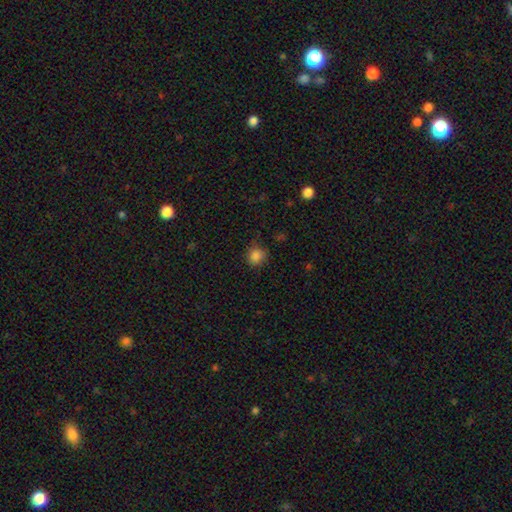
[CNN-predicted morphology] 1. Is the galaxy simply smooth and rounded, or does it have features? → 85% smooth, 11% star or artifact, 4% featured or disk.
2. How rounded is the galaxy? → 86% round, 13% in between, 1% cigar-shaped.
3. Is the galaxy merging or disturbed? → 80% none, 15% minor disturbance, 4% major disturbance, 1% merger.